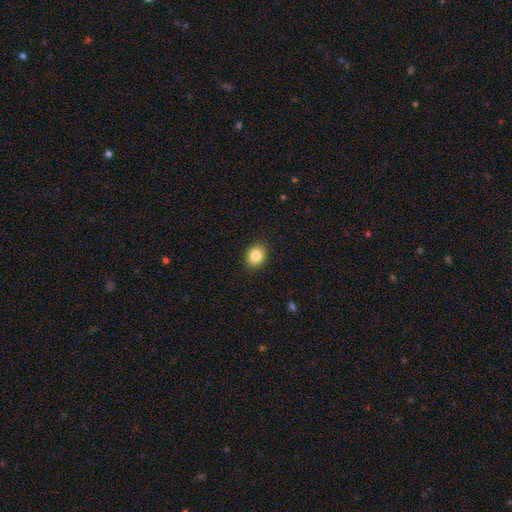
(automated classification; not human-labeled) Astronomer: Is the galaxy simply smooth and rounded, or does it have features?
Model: smooth — 86%.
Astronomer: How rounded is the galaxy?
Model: round — 53% (runner-up: in between, 46%).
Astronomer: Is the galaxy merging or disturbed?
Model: none — 90%.